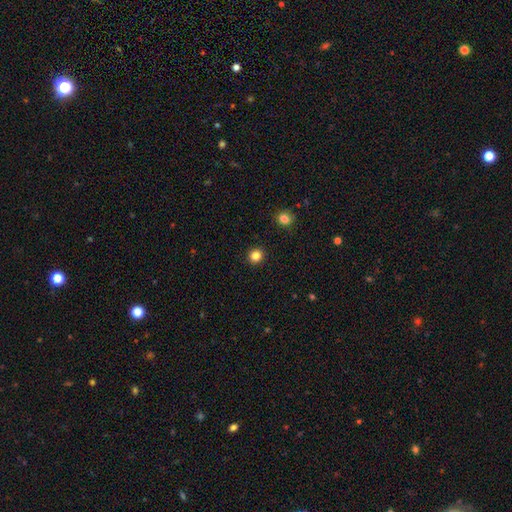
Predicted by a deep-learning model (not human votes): A smooth galaxy with no disk features (84%) that is round (91%).

Vote fractions:
- Smooth or featured? smooth: 84% / star or artifact: 12% / featured or disk: 4%
- How rounded? round: 91% / in between: 8% / cigar-shaped: 1%
- Merging? none: 93% / minor disturbance: 4% / major disturbance: 2% / merger: 1%